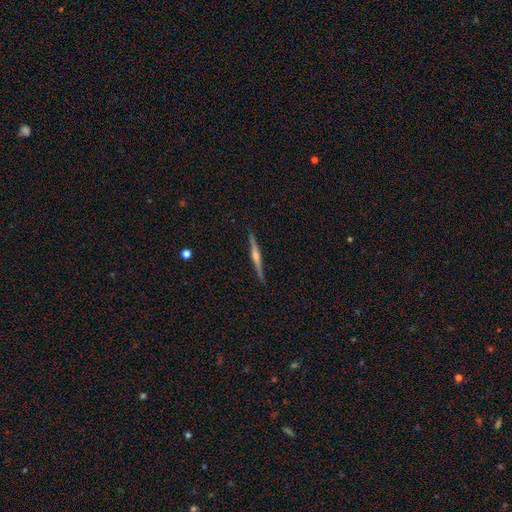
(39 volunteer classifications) Smooth or featured? featured or disk (79%)
Edge-on disk? yes (97%)
Edge-on bulge? rounded (90%)
Merging? none (92%)